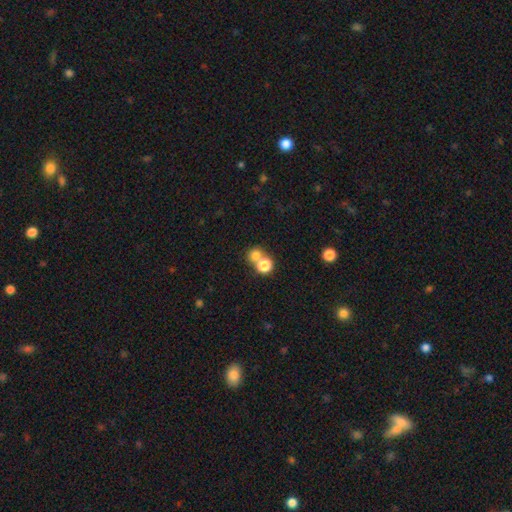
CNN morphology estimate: This is likely a smooth galaxy (76%). How rounded: clearly round (81%). Merging: possibly none (48%).